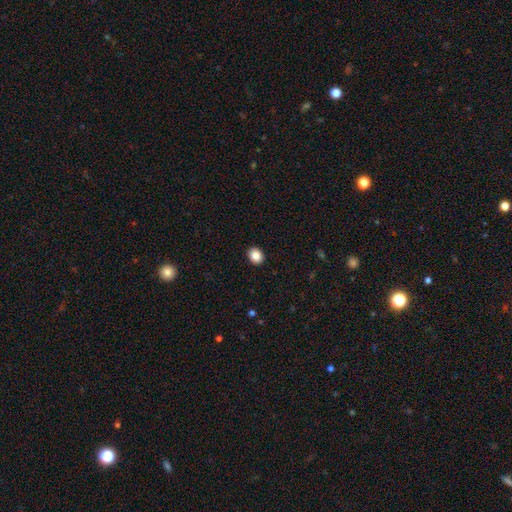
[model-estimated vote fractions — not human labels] smooth_or_featured: smooth (p=0.88) [alt: star or artifact p=0.09]
how_rounded: round (p=0.54) [alt: in between p=0.45]
merging: none (p=0.91) [alt: minor disturbance p=0.06]